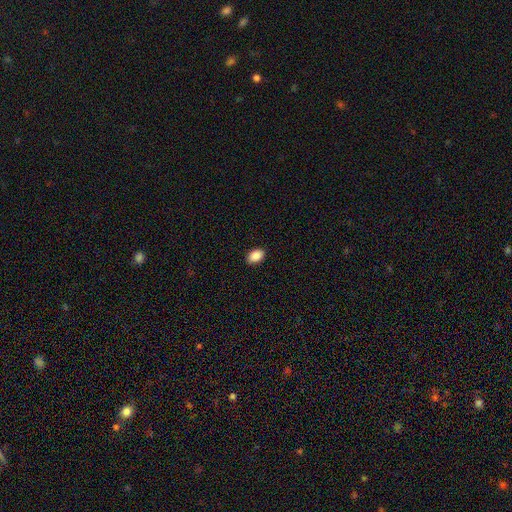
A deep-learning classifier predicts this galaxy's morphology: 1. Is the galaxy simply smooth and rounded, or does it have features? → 88% smooth, 8% star or artifact, 4% featured or disk.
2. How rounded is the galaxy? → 86% in between, 12% round, 1% cigar-shaped.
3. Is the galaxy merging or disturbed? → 90% none, 8% minor disturbance, 2% major disturbance, 1% merger.